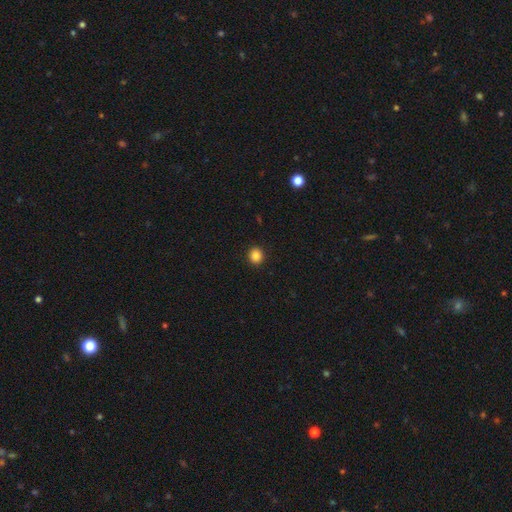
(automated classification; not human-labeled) Overall: smooth (86%). How rounded: round (85%). Merging: none (93%).